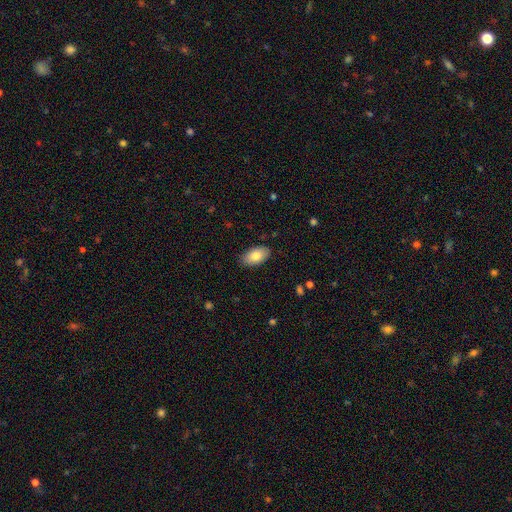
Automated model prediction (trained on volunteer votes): A smooth galaxy with no disk features (82%) that is in between round and cigar-shaped (94%). Merging: none (86%).